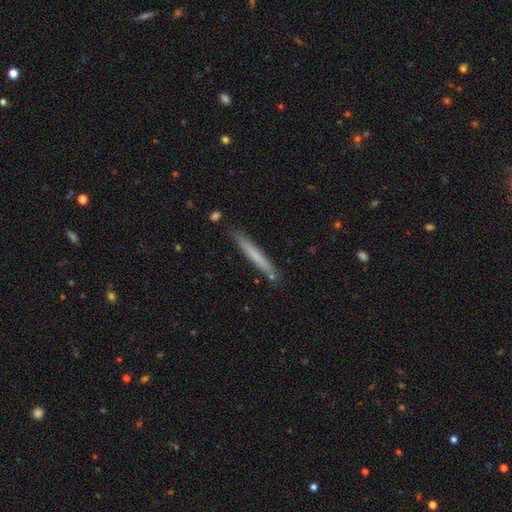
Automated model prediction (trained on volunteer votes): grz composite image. It shows a smooth galaxy with no disk features (68%) that is cigar-shaped (97%). Merging: none (86%).